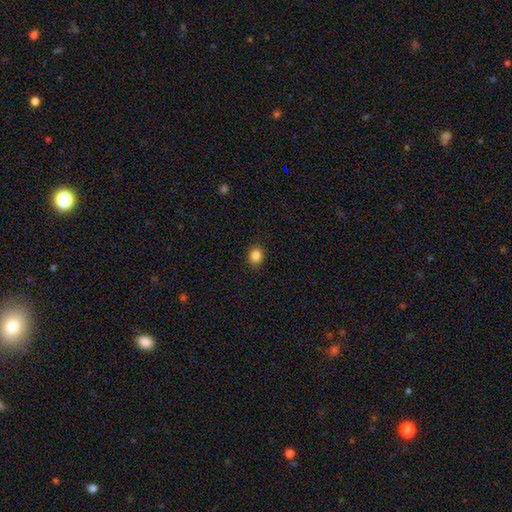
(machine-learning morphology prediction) smooth_or_featured: smooth (p=0.86) [alt: star or artifact p=0.11]
how_rounded: round (p=0.72) [alt: in between p=0.27]
merging: none (p=0.90) [alt: minor disturbance p=0.07]